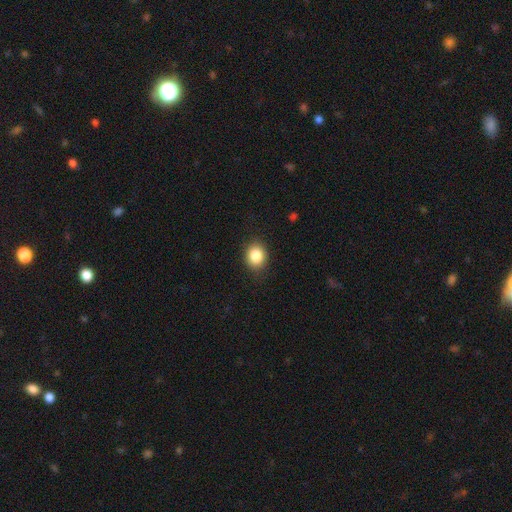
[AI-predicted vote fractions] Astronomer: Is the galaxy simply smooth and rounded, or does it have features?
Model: smooth — 86%.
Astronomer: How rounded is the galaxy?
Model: round — 60% (runner-up: in between, 39%).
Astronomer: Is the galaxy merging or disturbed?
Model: none — 87%.